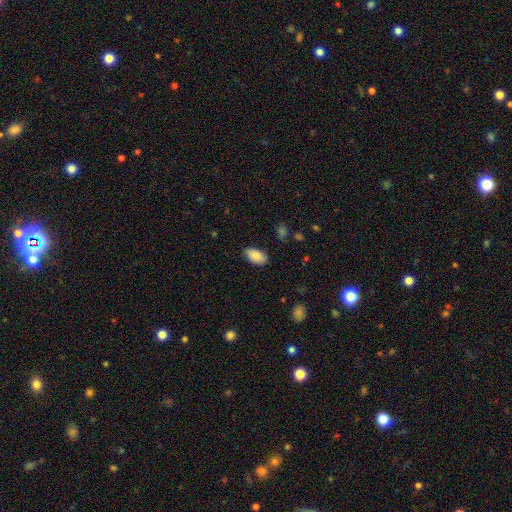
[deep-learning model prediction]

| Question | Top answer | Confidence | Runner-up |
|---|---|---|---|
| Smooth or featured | smooth | 88% | star or artifact (7%) |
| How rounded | in between | 94% | round (3%) |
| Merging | none | 85% | minor disturbance (12%) |